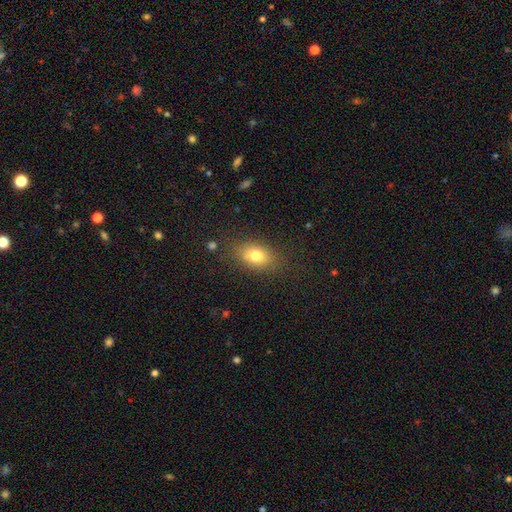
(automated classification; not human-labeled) This is likely a smooth galaxy (76%). How rounded: likely in between (78%). Merging: likely none (78%).